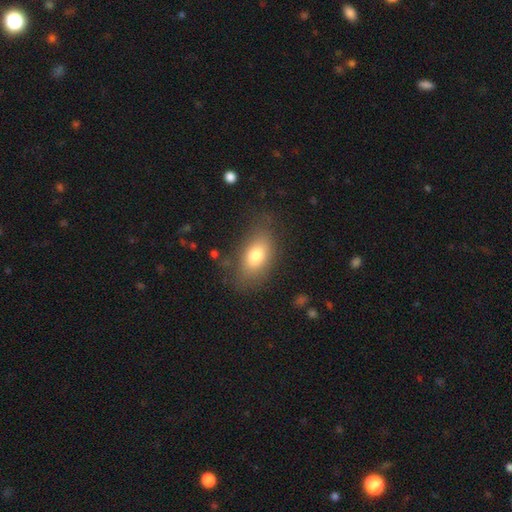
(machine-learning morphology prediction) The model was most divided on "merging": none: 74%, minor disturbance: 17%, major disturbance: 8%, merger: 2%. More confident: how rounded — in between (86%); smooth or featured — smooth (76%).